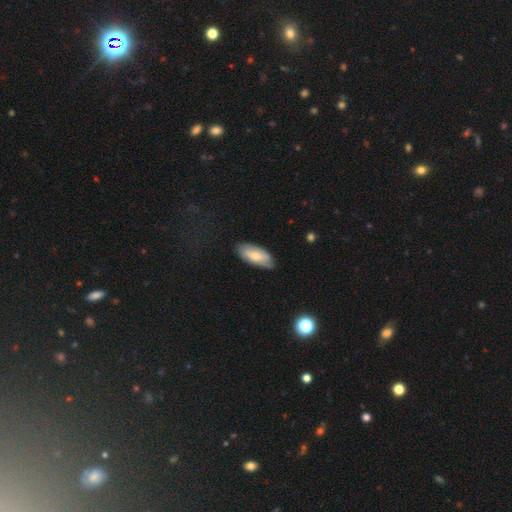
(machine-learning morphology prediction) Smooth or featured? smooth (58%)
How rounded? in between (87%)
Merging? none (76%)